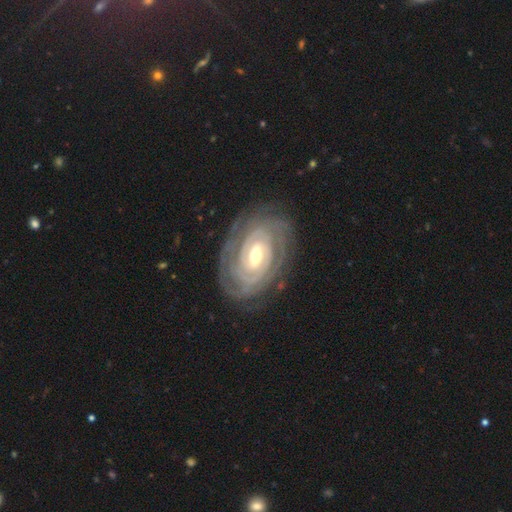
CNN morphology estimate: smooth-or-featured: featured or disk: 89% | smooth: 6% | star or artifact: 4%
  disk-edge-on: no: 96% | yes: 4%
    bar: weak: 44% | strong: 32% | no: 24%
    has-spiral-arms: yes: 96% | no: 4%
      spiral-winding: tight: 85% | medium: 13% | loose: 3%
      spiral-arm-count: can't tell: 31% | 2: 26% | 3: 18% | 4: 12% | more than 4: 7% | 1: 6%
    bulge-size: moderate: 66% | small: 26% | large: 6% | dominant: 1% | none: 1%
  merging: none: 80% | minor disturbance: 14% | major disturbance: 4% | merger: 1%